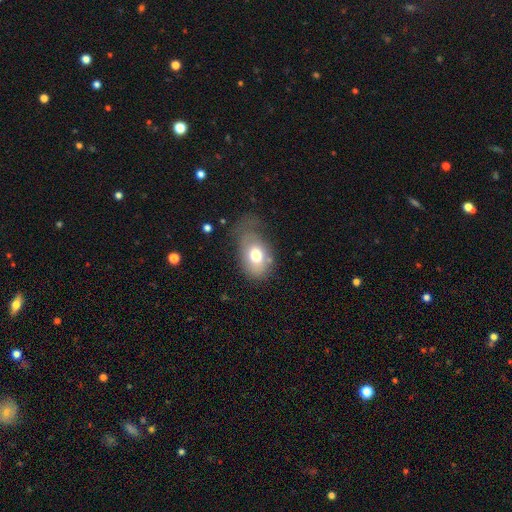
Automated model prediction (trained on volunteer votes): A smooth galaxy with no disk features (71%) that is in between round and cigar-shaped (82%).

Vote fractions:
- Smooth or featured? smooth: 71% / featured or disk: 22% / star or artifact: 8%
- How rounded? in between: 82% / round: 17% / cigar-shaped: 1%
- Merging? none: 38% / minor disturbance: 33% / major disturbance: 26% / merger: 3%